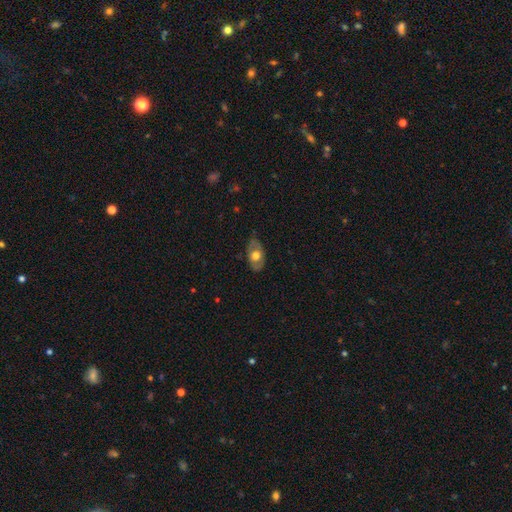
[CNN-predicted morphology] This is possibly a smooth galaxy (50%). Merging: likely none (75%).